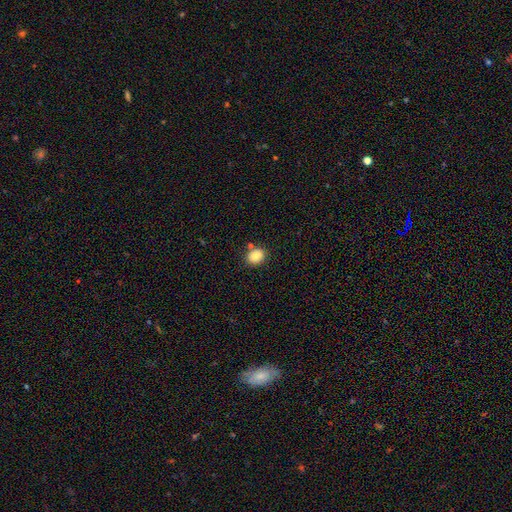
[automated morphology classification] smooth-or-featured: smooth: 84% | star or artifact: 9% | featured or disk: 6%
  how-rounded: round: 56% | in between: 43% | cigar-shaped: 1%
  merging: none: 80% | minor disturbance: 10% | merger: 7% | major disturbance: 3%